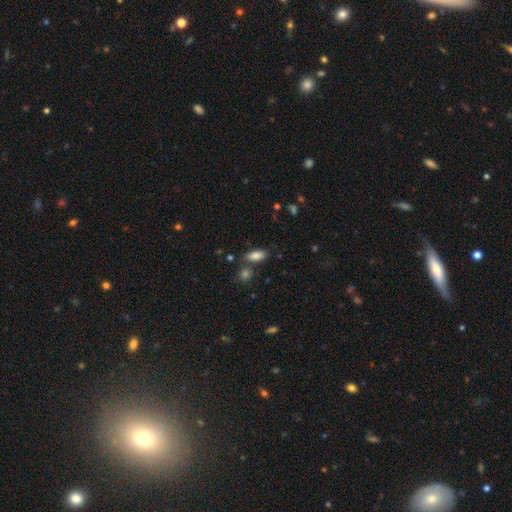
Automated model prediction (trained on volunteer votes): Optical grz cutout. It shows a smooth galaxy with no disk features (84%) that is in between round and cigar-shaped (84%). Merging: none (74%).